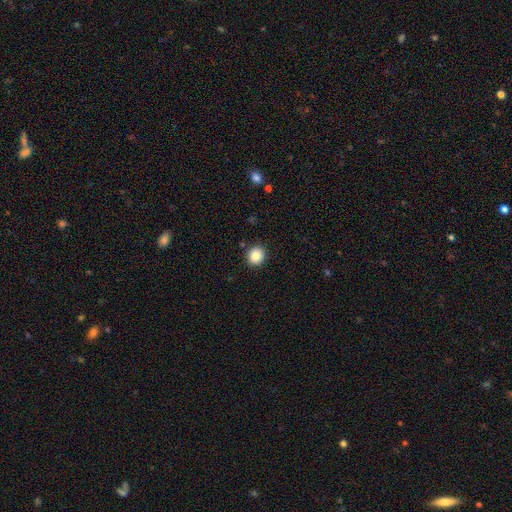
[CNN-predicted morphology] Smooth or featured? smooth (86%)
How rounded? round (86%)
Merging? none (90%)